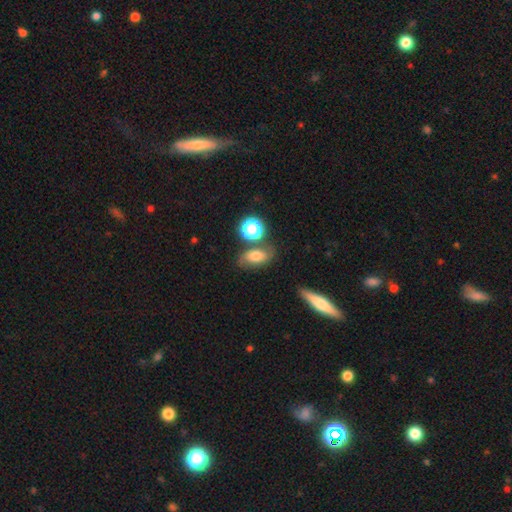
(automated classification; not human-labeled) Smooth or featured? smooth (66%)
How rounded? in between (78%)
Merging? none (60%)